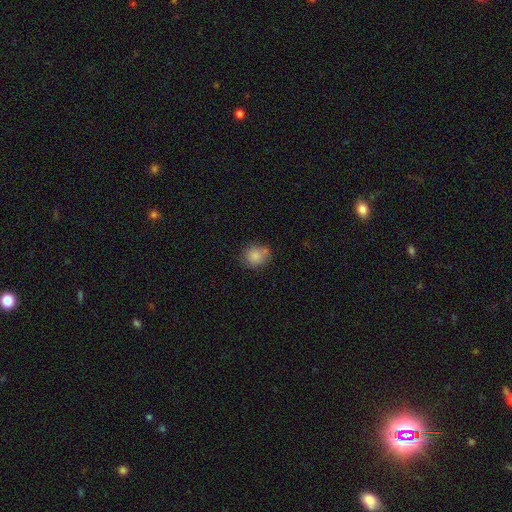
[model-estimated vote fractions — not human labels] Morphology: type=smooth (83%); roundness=round (76%); merging=none (68%).